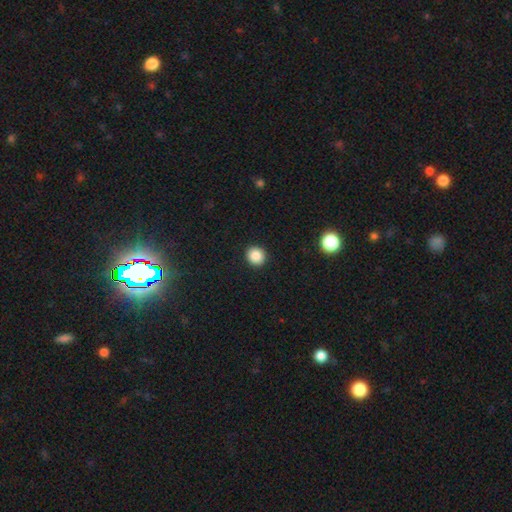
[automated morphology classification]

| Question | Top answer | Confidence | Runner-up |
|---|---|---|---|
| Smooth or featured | smooth | 87% | star or artifact (10%) |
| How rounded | round | 89% | in between (10%) |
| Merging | none | 92% | minor disturbance (5%) |